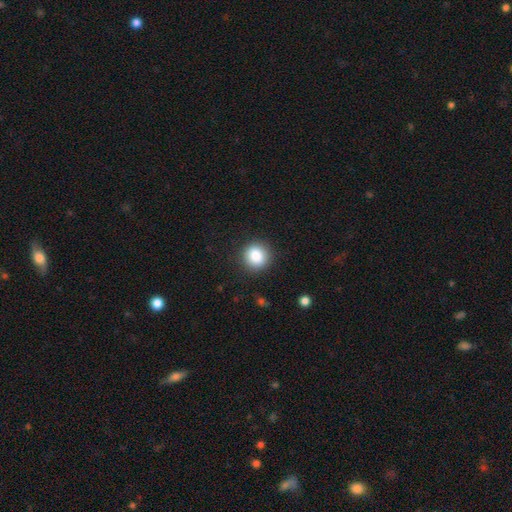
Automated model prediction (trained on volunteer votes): Morphology: type=smooth (86%); roundness=round (89%); merging=none (89%).